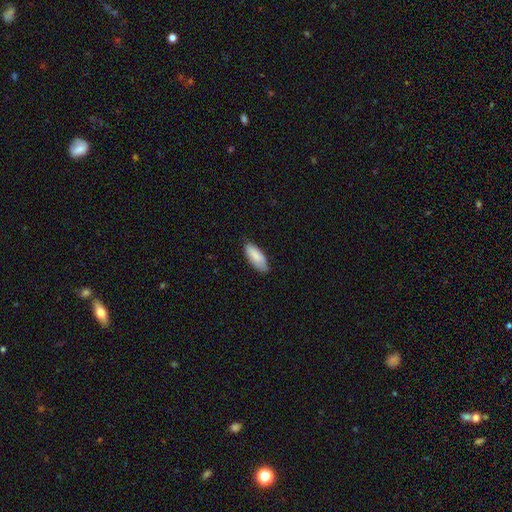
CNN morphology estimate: The model was most divided on "merging": none: 78%, minor disturbance: 18%, major disturbance: 3%, merger: 1%. More confident: smooth or featured — smooth (83%); how rounded — in between (82%).